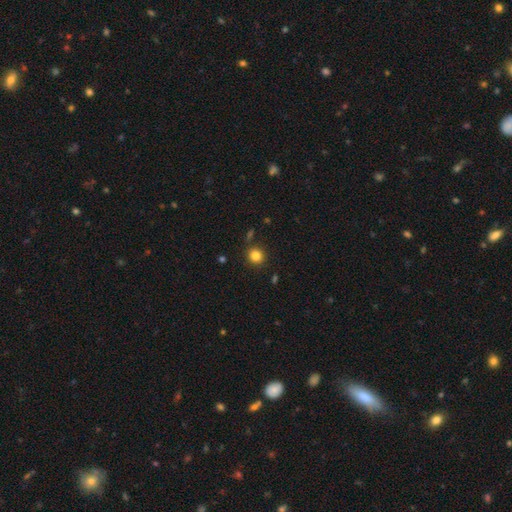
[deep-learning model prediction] A smooth galaxy with no disk features (83%) that is round (89%).

Vote fractions:
- Smooth or featured? smooth: 83% / star or artifact: 12% / featured or disk: 5%
- How rounded? round: 89% / in between: 10% / cigar-shaped: 1%
- Merging? none: 88% / minor disturbance: 7% / merger: 3% / major disturbance: 2%